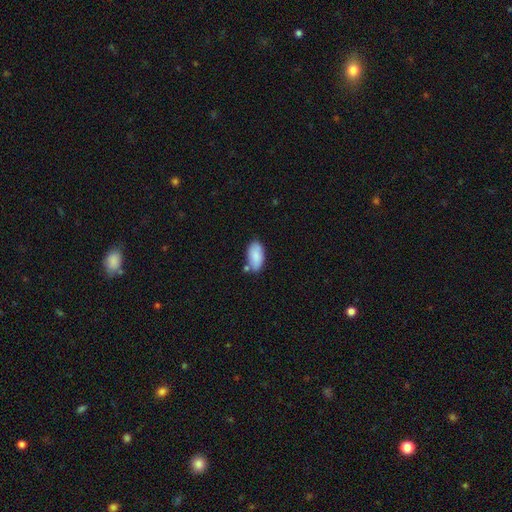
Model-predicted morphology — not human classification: A smooth galaxy with no disk features (86%) that is in between round and cigar-shaped (93%).

Vote fractions:
- Smooth or featured? smooth: 86% / featured or disk: 7% / star or artifact: 6%
- How rounded? in between: 93% / cigar-shaped: 4% / round: 2%
- Merging? none: 66% / minor disturbance: 19% / merger: 11% / major disturbance: 4%